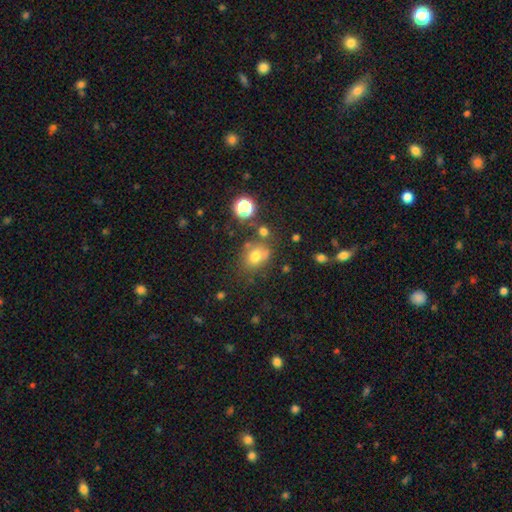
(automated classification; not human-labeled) A smooth galaxy with no disk features (70%) that is round (52%).

Vote fractions:
- Smooth or featured? smooth: 70% / star or artifact: 17% / featured or disk: 13%
- How rounded? round: 52% / in between: 47% / cigar-shaped: 1%
- Merging? none: 61% / minor disturbance: 18% / merger: 13% / major disturbance: 7%